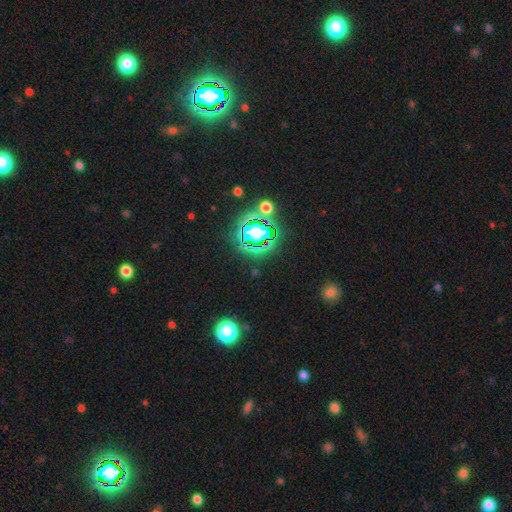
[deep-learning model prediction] Smooth or featured? star or artifact (75%)